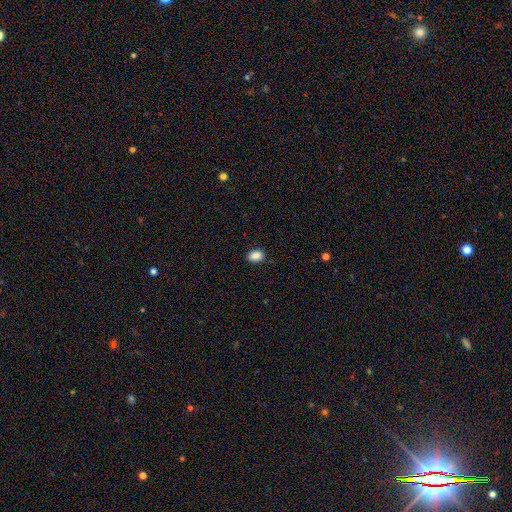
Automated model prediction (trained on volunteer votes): The model was most divided on "how rounded": in between: 71%, round: 28%, cigar-shaped: 1%. More confident: smooth or featured — smooth (88%); merging — none (88%).